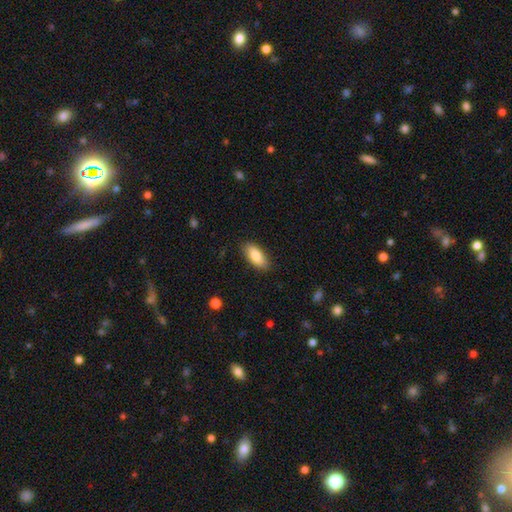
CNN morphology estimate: Overall: smooth (84%). How rounded: in between (87%). Merging: none (86%).